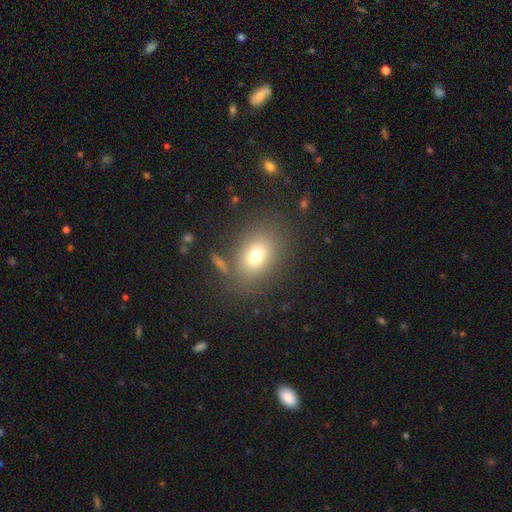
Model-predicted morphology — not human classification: Q: Smooth or featured?
A: smooth (73%); runner-up: star or artifact (13%)
Q: How rounded?
A: in between (66%); runner-up: round (33%)
Q: Merging?
A: none (79%); runner-up: minor disturbance (10%)